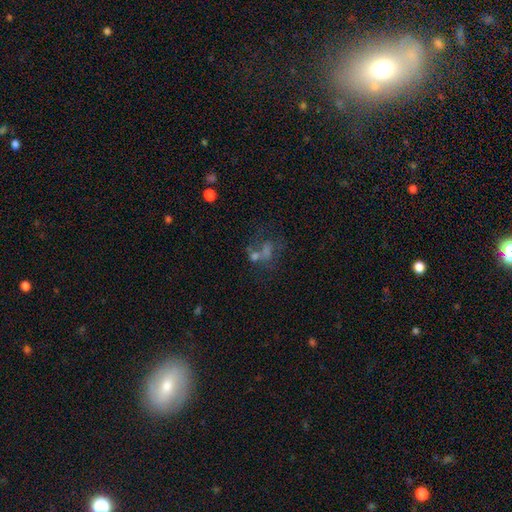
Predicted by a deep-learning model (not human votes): smooth_or_featured: smooth (p=0.38) [alt: featured or disk p=0.36]
merging: none (p=0.33) [alt: merger p=0.30]